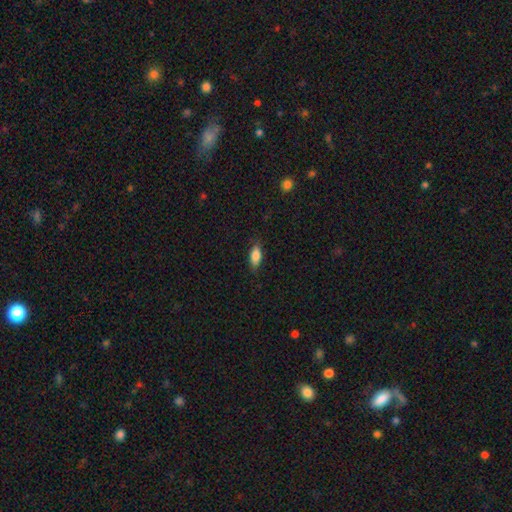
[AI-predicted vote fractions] Morphology: type=smooth (83%); roundness=in between (79%); merging=none (83%).